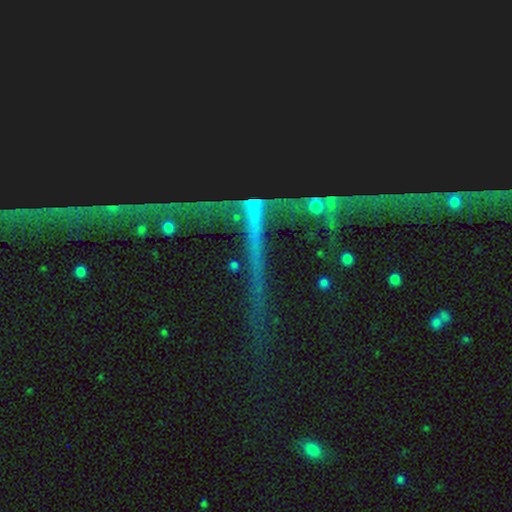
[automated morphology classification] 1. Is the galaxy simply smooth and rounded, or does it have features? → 63% star or artifact, 24% featured or disk, 13% smooth.